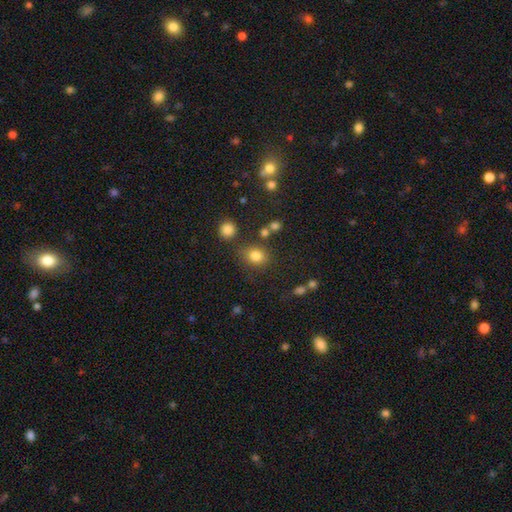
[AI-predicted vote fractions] A smooth galaxy with no disk features (80%) that is round (60%). Merging: none (73%).